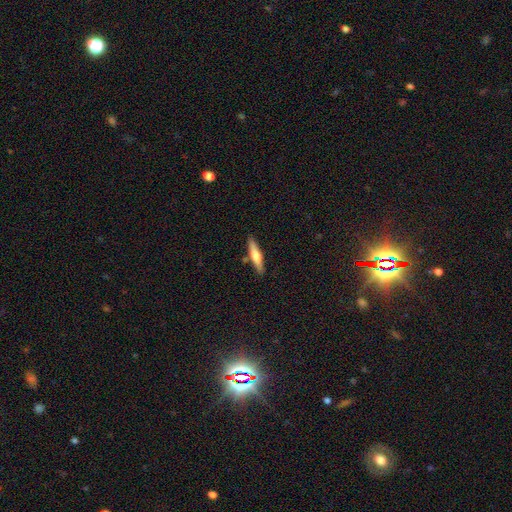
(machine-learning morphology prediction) smooth_or_featured: smooth (p=0.48) [alt: featured or disk p=0.46]
merging: none (p=0.84) [alt: minor disturbance p=0.10]